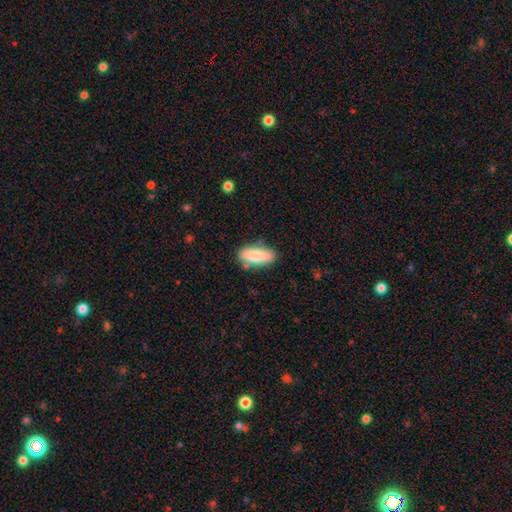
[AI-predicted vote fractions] A smooth galaxy with no disk features (82%) that is in between round and cigar-shaped (73%).

Vote fractions:
- Smooth or featured? smooth: 82% / featured or disk: 11% / star or artifact: 6%
- How rounded? in between: 73% / cigar-shaped: 25% / round: 2%
- Merging? none: 78% / minor disturbance: 15% / merger: 4% / major disturbance: 3%